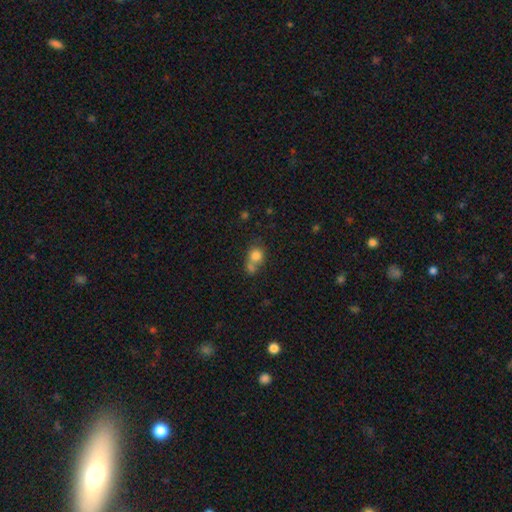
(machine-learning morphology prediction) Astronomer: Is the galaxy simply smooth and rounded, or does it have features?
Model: smooth — 79%.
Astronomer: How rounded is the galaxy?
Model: round — 75%.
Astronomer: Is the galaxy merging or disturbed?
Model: merger — 50% (runner-up: none, 34%).